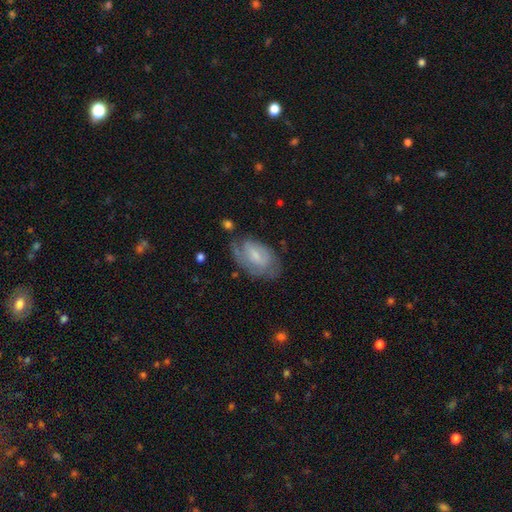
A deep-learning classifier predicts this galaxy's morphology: This appears to be a featured or disk galaxy (56%) with a weak bar (47%), spiral arms (74%) and a small central bulge (49%). Merging: none (54%).